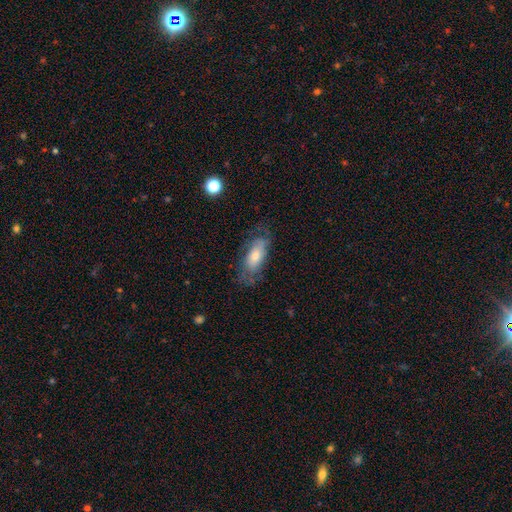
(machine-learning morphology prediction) A smooth galaxy with no disk features (55%) that is in between round and cigar-shaped (79%).

Vote fractions:
- Smooth or featured? smooth: 55% / featured or disk: 38% / star or artifact: 8%
- How rounded? in between: 79% / cigar-shaped: 17% / round: 4%
- Merging? none: 64% / minor disturbance: 23% / major disturbance: 12% / merger: 2%